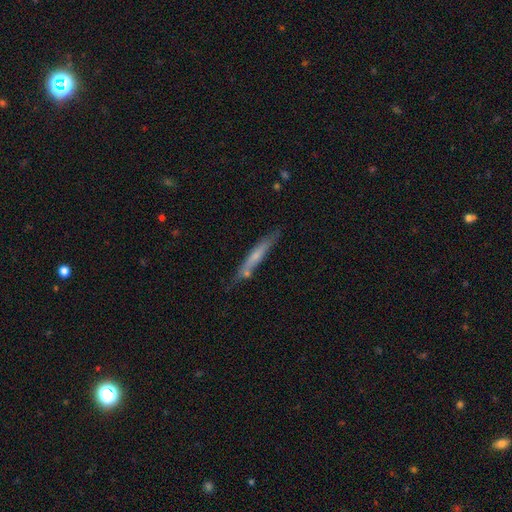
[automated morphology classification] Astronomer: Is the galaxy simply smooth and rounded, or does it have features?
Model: smooth — 53% (runner-up: featured or disk, 41%).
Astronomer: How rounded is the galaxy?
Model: cigar-shaped — 94%.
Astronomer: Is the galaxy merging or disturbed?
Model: none — 71%.